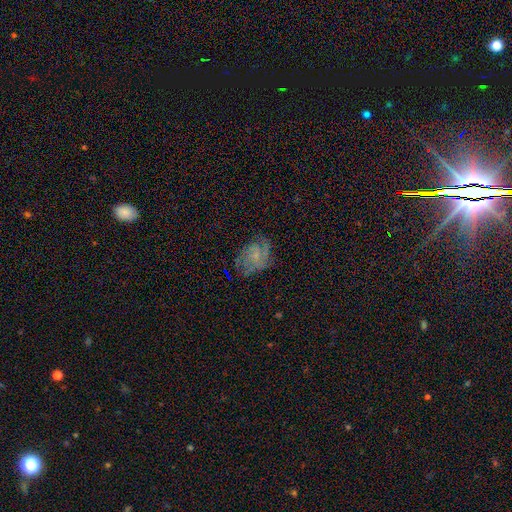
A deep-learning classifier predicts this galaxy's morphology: Smooth or featured? Predicted: featured or disk (p=0.61). Edge-on disk? Predicted: no (p=0.97). Bar? Predicted: no (p=0.71). Spiral arms? Predicted: yes (p=0.87). Spiral winding? Predicted: tight (p=0.41). Spiral arm count? Predicted: can't tell (p=0.37). Bulge size? Predicted: small (p=0.68). Merging? Predicted: none (p=0.65).